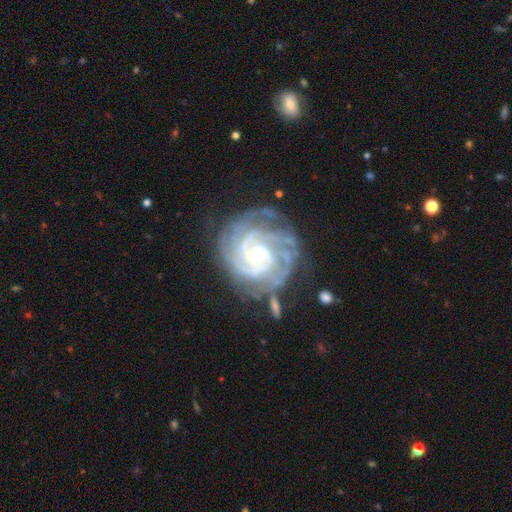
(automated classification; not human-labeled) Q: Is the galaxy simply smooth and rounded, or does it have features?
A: featured or disk — 91%.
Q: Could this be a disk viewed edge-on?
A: no — 98%.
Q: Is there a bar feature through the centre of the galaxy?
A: no — 56%.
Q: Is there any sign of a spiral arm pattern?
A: yes — 98%.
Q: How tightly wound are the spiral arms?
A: tight — 74%.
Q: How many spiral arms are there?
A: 3 — 28%.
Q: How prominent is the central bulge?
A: small — 62%.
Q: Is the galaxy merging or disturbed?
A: none — 68%.